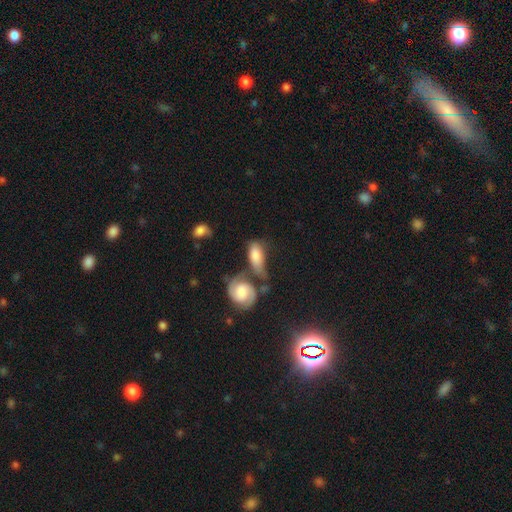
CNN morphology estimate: Smooth or featured: smooth — 59% (featured or disk — 34%)
How rounded: in between — 83% (cigar-shaped — 11%)
Merging: merger — 43% (none — 27%)